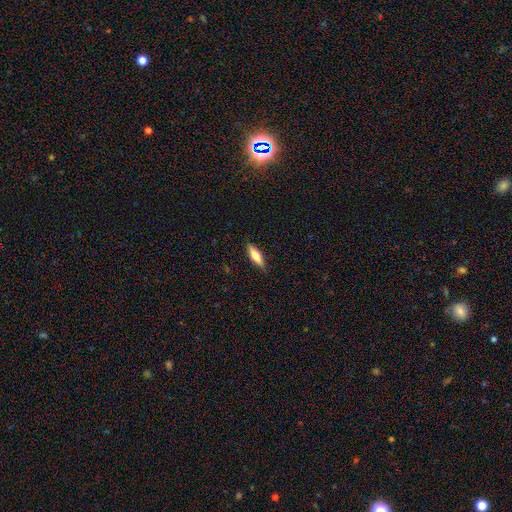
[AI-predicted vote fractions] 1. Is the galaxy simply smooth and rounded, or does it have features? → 67% smooth, 27% featured or disk, 6% star or artifact.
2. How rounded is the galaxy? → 52% cigar-shaped, 46% in between, 2% round.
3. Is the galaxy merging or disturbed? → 88% none, 9% minor disturbance, 2% major disturbance, 1% merger.